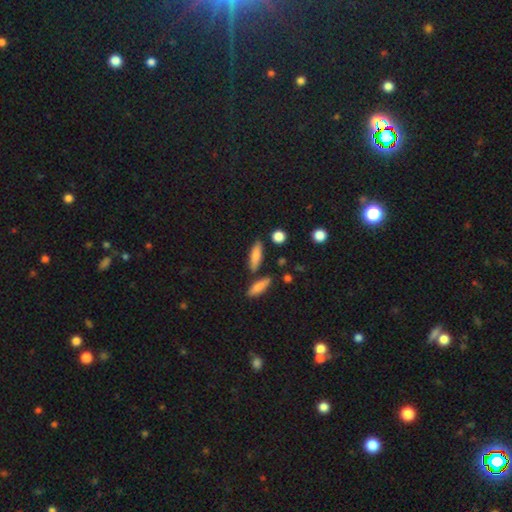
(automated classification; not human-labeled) Overall: smooth (80%). How rounded: cigar-shaped (51%; in between 45%). Merging: none (77%).